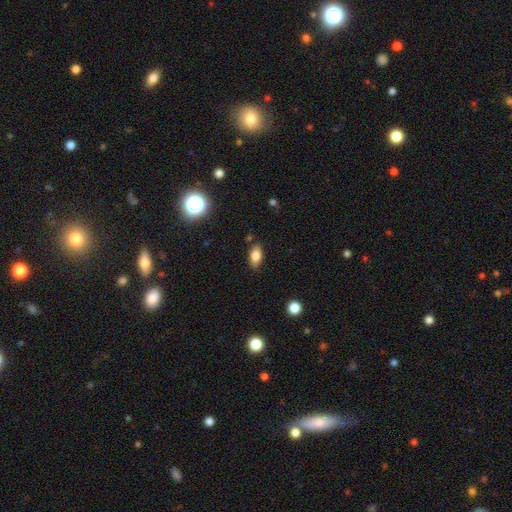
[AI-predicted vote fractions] smooth 80%, featured or disk 11%, star or artifact 9%. Down the decision tree: how rounded — in between (87%); merging — none (83%).